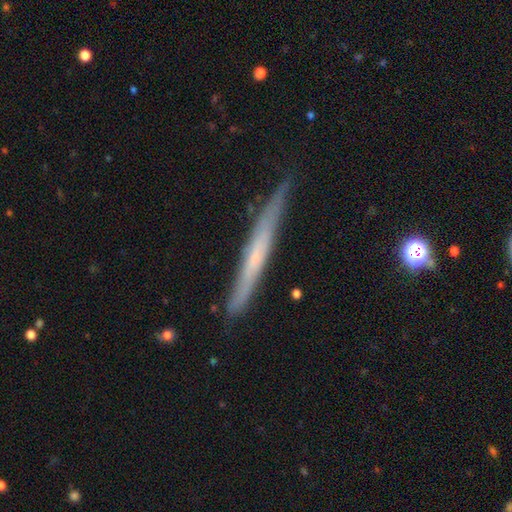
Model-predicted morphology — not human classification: Smooth or featured? Predicted: featured or disk (p=0.59). Edge-on disk? Predicted: yes (p=0.94). Edge-on bulge? Predicted: none (p=0.70). Merging? Predicted: none (p=0.82).